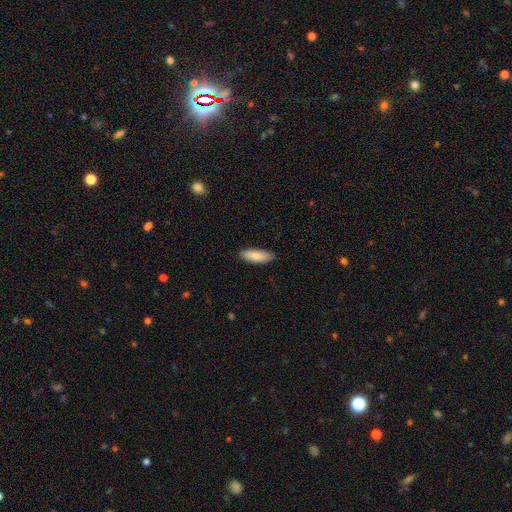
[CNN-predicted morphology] Overall: smooth (82%). How rounded: in between (66%; cigar-shaped 32%). Merging: none (87%).